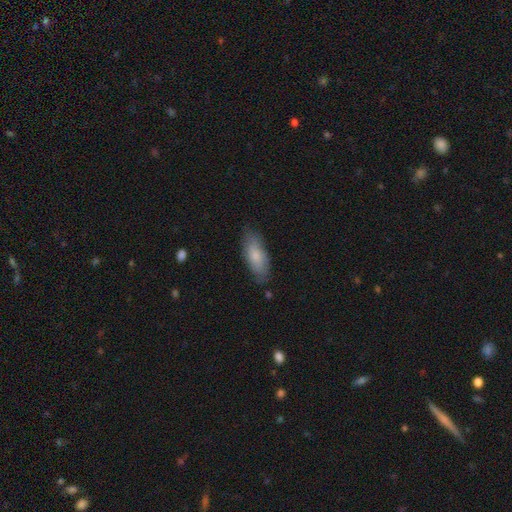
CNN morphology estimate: The model was most divided on "how rounded": in between: 75%, cigar-shaped: 23%, round: 2%. More confident: smooth or featured — smooth (78%); merging — none (76%).